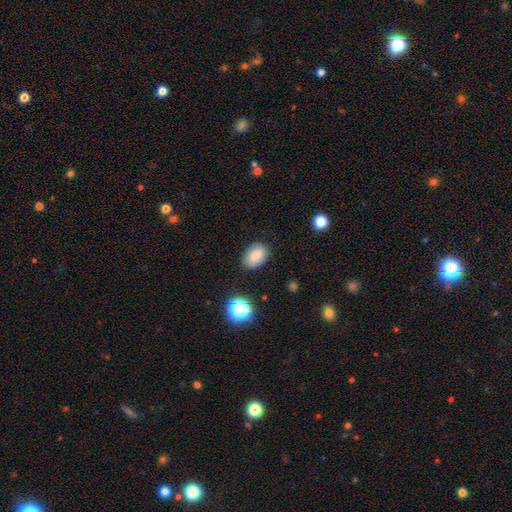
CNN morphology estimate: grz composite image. It shows a smooth galaxy with no disk features (83%) that is in between round and cigar-shaped (87%). Merging: none (83%).